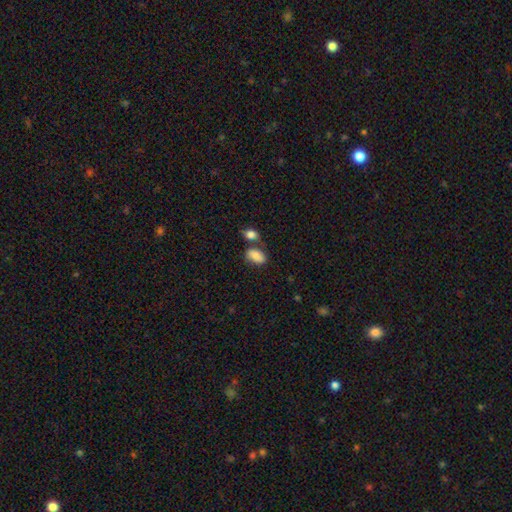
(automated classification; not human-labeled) A smooth galaxy with no disk features (85%) that is in between round and cigar-shaped (90%). Merging: none (53%).